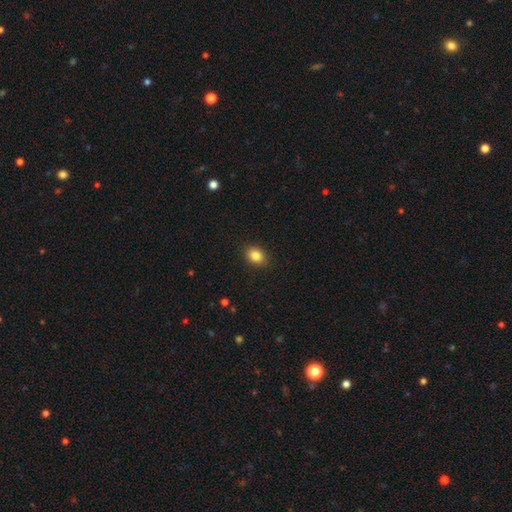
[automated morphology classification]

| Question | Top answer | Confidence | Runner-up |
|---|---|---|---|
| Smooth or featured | smooth | 84% | star or artifact (10%) |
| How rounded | in between | 62% | round (37%) |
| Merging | none | 89% | minor disturbance (8%) |